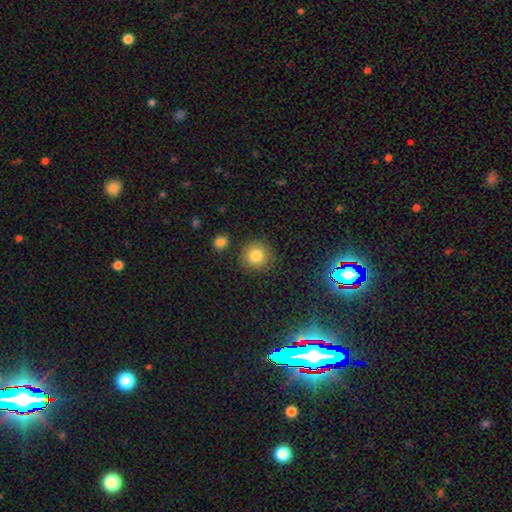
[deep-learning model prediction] Q: Smooth or featured?
A: smooth (82%); runner-up: star or artifact (11%)
Q: How rounded?
A: round (93%); runner-up: in between (6%)
Q: Merging?
A: none (85%); runner-up: minor disturbance (9%)